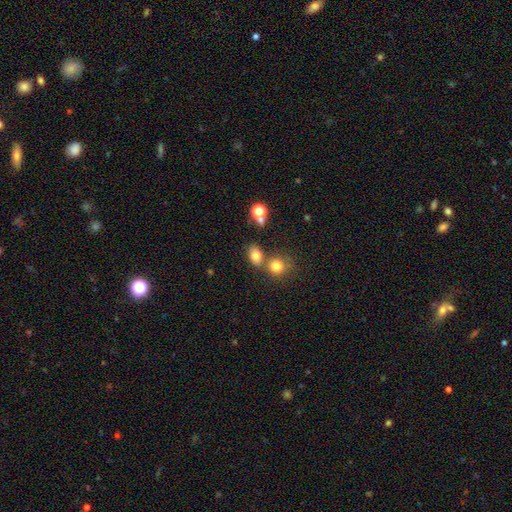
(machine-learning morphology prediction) Overall: smooth (79%). How rounded: in between (73%). Merging: none (59%; merger 24%).